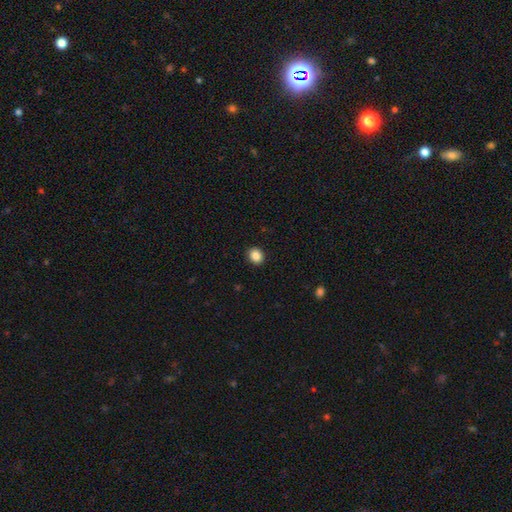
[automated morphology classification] This is clearly a smooth galaxy (87%). How rounded: likely round (67%). Merging: clearly none (92%).